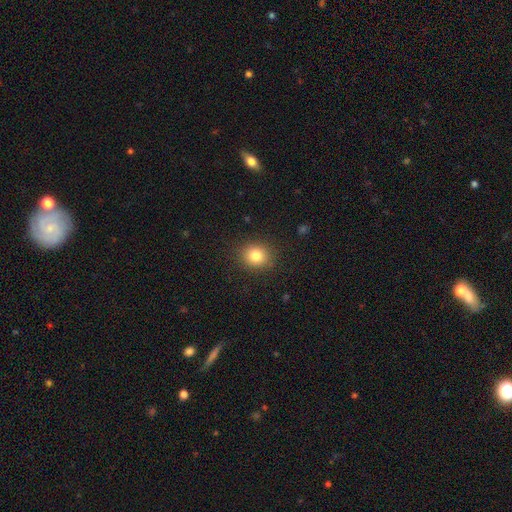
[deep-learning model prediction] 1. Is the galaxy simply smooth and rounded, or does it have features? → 82% smooth, 11% star or artifact, 7% featured or disk.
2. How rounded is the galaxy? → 75% round, 24% in between, 1% cigar-shaped.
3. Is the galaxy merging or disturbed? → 89% none, 7% minor disturbance, 3% major disturbance, 1% merger.